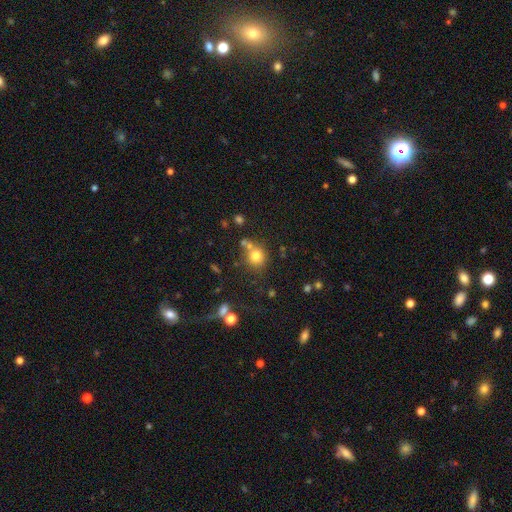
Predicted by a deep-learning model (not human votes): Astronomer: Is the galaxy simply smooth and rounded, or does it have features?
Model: smooth — 76%.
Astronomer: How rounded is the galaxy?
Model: round — 86%.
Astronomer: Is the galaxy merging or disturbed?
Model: none — 61%.